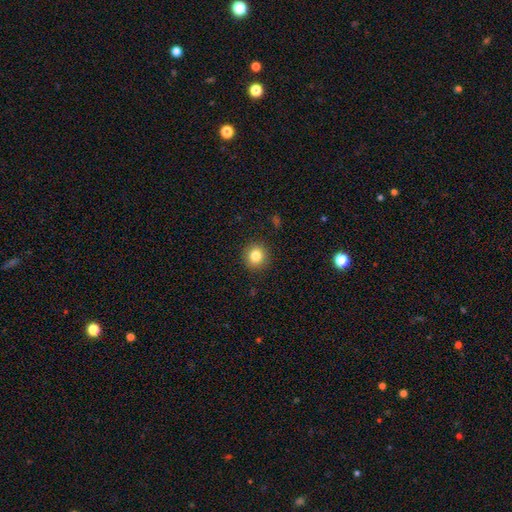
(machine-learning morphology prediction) smooth-or-featured: smooth: 82% | star or artifact: 11% | featured or disk: 7%
  how-rounded: round: 91% | in between: 8% | cigar-shaped: 1%
  merging: none: 91% | minor disturbance: 6% | major disturbance: 2% | merger: 1%